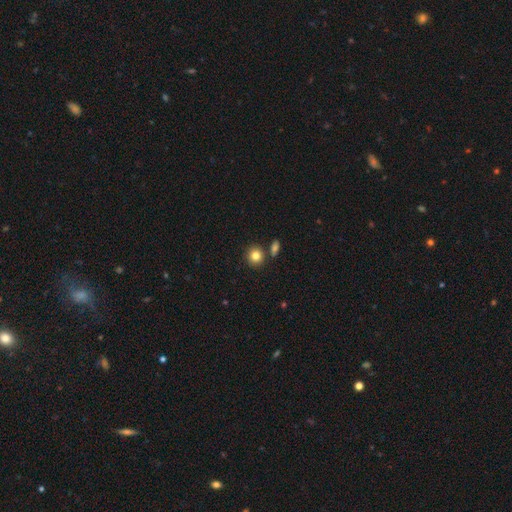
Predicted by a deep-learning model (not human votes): This appears to be a smooth galaxy with no disk features (83%) that is round (86%). Merging: none (78%).